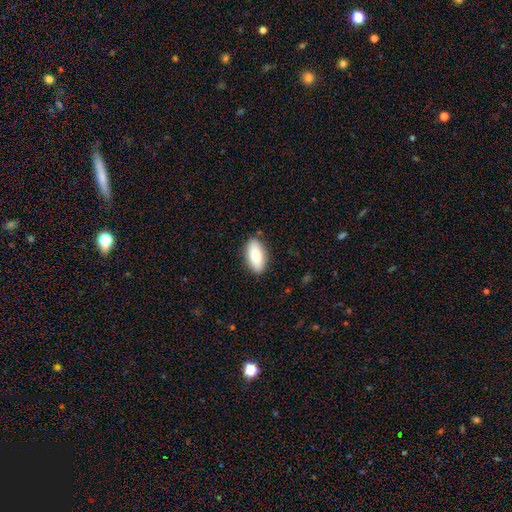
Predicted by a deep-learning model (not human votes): smooth-or-featured: smooth: 79% | featured or disk: 15% | star or artifact: 6%
  how-rounded: in between: 91% | cigar-shaped: 6% | round: 3%
  merging: none: 86% | minor disturbance: 10% | major disturbance: 2% | merger: 1%